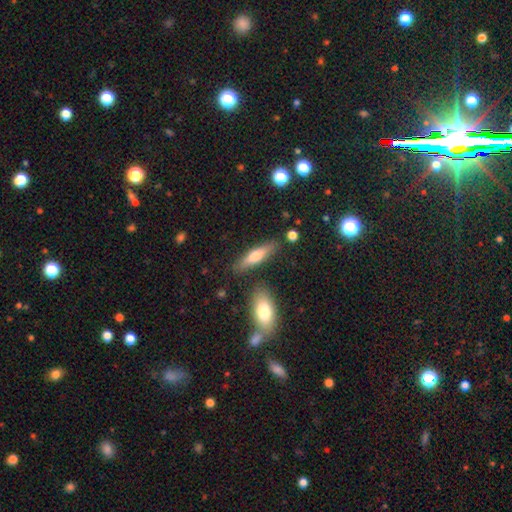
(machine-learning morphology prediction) This appears to be a smooth galaxy with no disk features (63%) that is cigar-shaped (69%). Merging: none (81%).